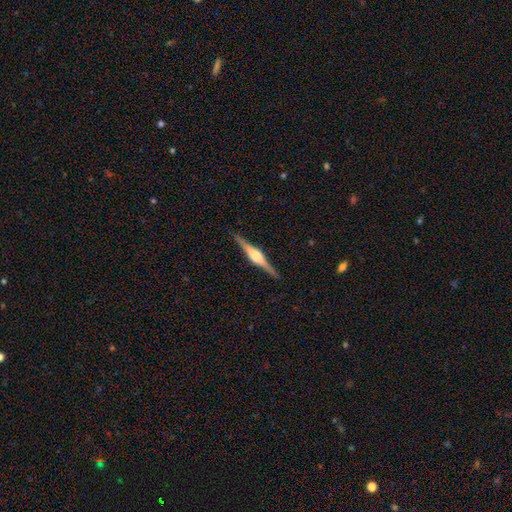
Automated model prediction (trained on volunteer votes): Q: Smooth or featured?
A: featured or disk (85%); runner-up: smooth (11%)
Q: Edge-on disk?
A: yes (98%); runner-up: no (2%)
Q: Edge-on bulge?
A: rounded (84%); runner-up: boxy (14%)
Q: Merging?
A: none (91%); runner-up: minor disturbance (6%)